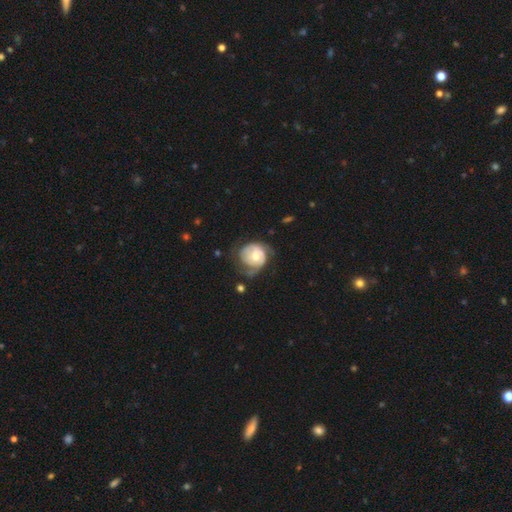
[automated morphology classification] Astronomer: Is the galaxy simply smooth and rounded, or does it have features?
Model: featured or disk — 60%.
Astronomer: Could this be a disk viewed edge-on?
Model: no — 97%.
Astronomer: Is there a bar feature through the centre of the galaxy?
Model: no — 66%.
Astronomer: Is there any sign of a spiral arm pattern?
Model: yes — 73%.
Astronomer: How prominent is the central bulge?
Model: moderate — 61%.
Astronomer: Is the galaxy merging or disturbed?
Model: none — 40% (runner-up: minor disturbance, 30%).